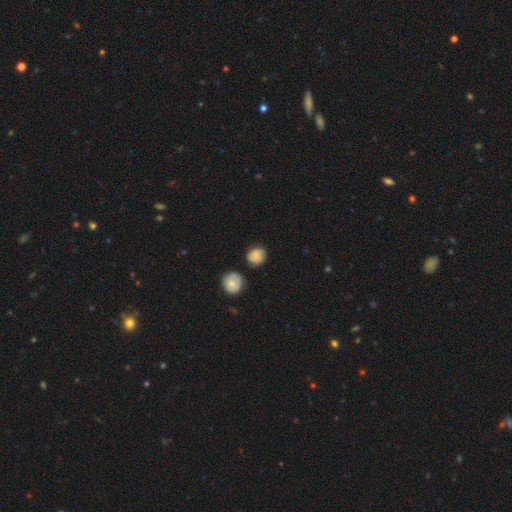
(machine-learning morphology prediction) smooth 70%, featured or disk 22%, star or artifact 9%. Down the decision tree: how rounded — round (79%); merging — none (72%).